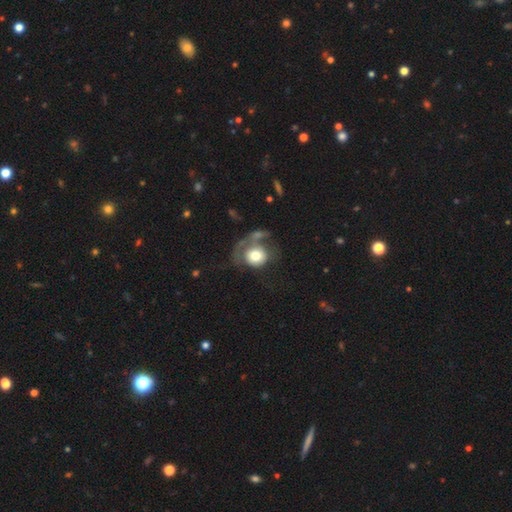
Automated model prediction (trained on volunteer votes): smooth_or_featured: smooth (p=0.62) [alt: featured or disk p=0.31]
how_rounded: round (p=0.76) [alt: in between p=0.23]
merging: major disturbance (p=0.44) [alt: none p=0.24]